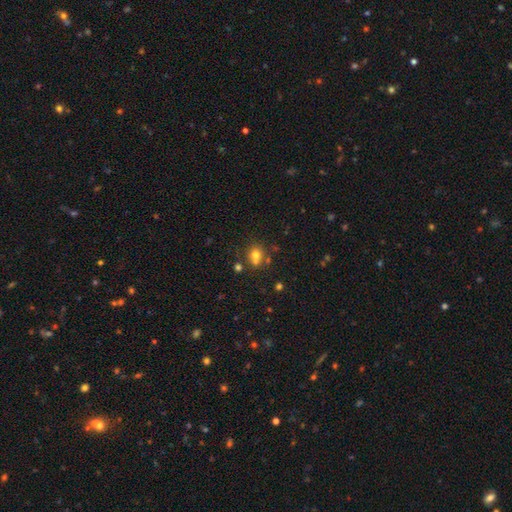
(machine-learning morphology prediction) smooth 71%, star or artifact 16%, featured or disk 13%. Down the decision tree: how rounded — round (66%); merging — none (57%).